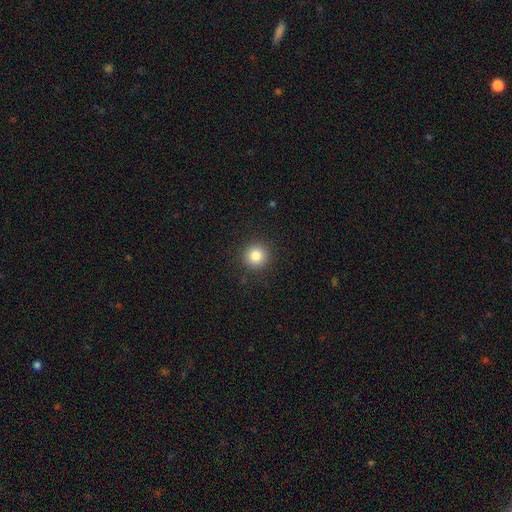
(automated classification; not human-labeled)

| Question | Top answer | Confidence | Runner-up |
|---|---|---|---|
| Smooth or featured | smooth | 83% | star or artifact (11%) |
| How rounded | round | 93% | in between (6%) |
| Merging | none | 91% | minor disturbance (6%) |